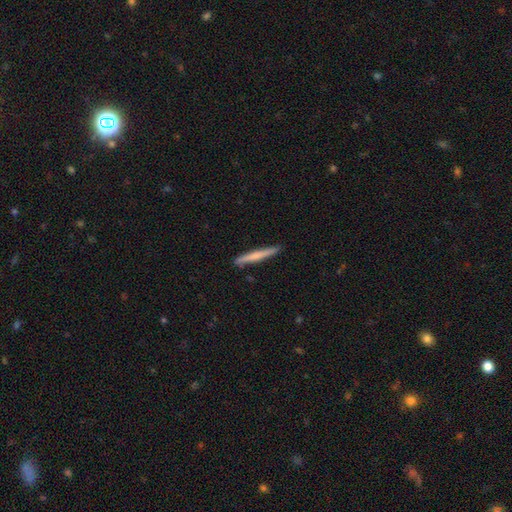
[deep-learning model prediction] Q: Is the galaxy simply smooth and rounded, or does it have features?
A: smooth — 57%.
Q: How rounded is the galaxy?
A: cigar-shaped — 96%.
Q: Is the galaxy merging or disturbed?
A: none — 88%.